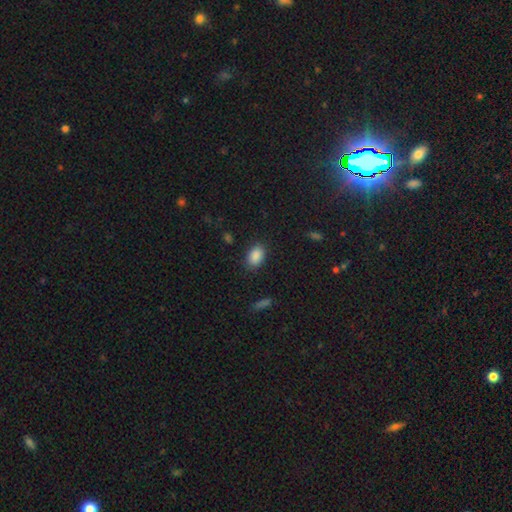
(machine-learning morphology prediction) Smooth or featured? Predicted: smooth (p=0.88). How rounded? Predicted: in between (p=0.87). Merging? Predicted: none (p=0.85).